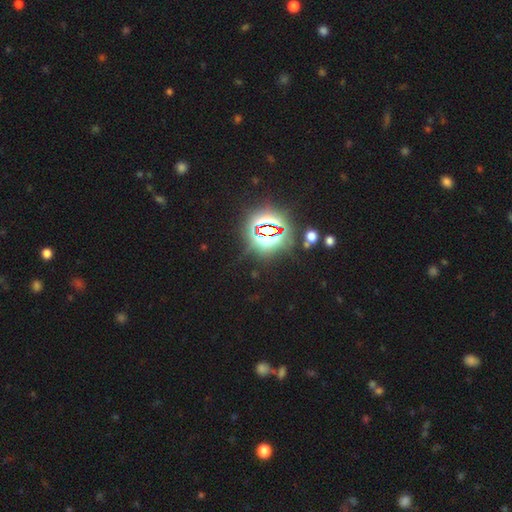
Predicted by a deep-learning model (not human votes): Smooth or featured? Predicted: star or artifact (p=0.80).